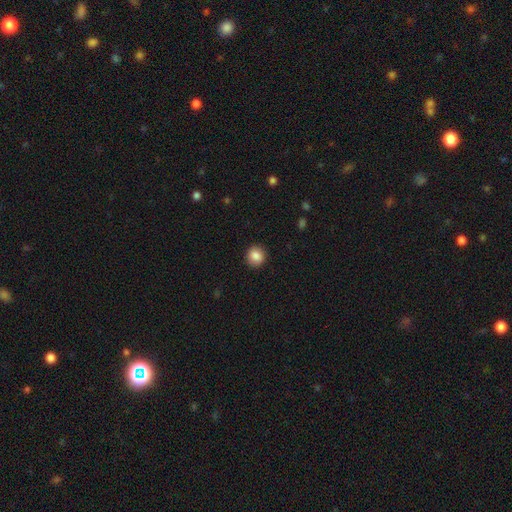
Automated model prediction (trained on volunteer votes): A smooth galaxy with no disk features (87%) that is round (85%).

Vote fractions:
- Smooth or featured? smooth: 87% / star or artifact: 9% / featured or disk: 4%
- How rounded? round: 85% / in between: 14% / cigar-shaped: 1%
- Merging? none: 90% / minor disturbance: 7% / major disturbance: 2% / merger: 1%